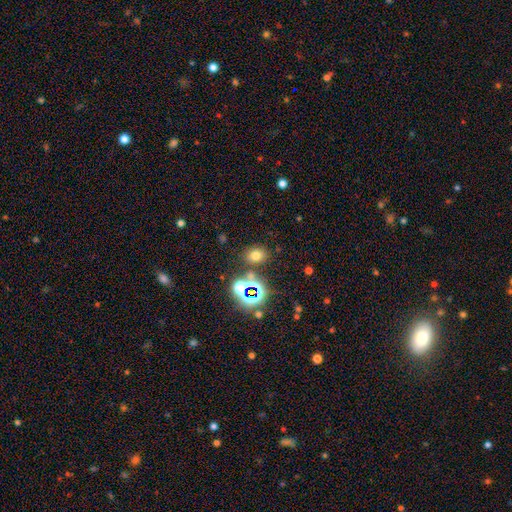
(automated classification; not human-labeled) Overall: smooth (65%; star or artifact 26%). How rounded: in between (55%; round 44%). Merging: none (79%).